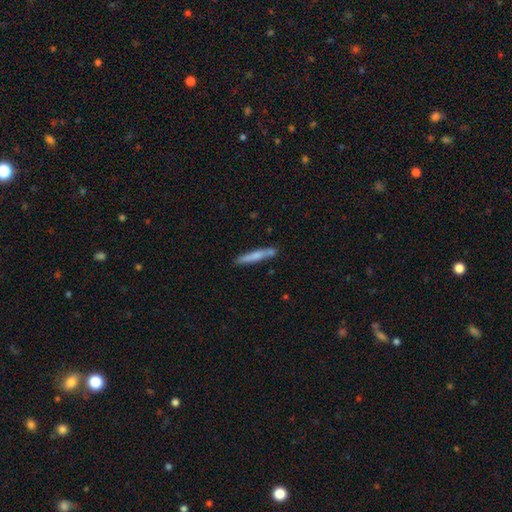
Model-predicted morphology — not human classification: Overall: smooth (66%; featured or disk 27%). How rounded: cigar-shaped (94%). Merging: none (78%).